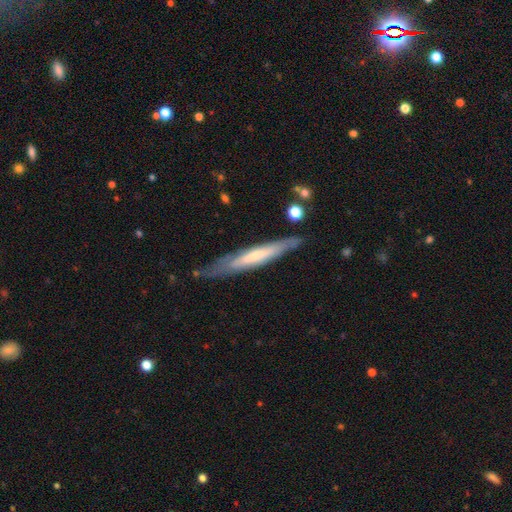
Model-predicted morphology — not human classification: Smooth or featured: featured or disk — 51% (smooth — 44%)
Edge-on disk: yes — 86% (no — 14%)
Merging: none — 75% (minor disturbance — 19%)